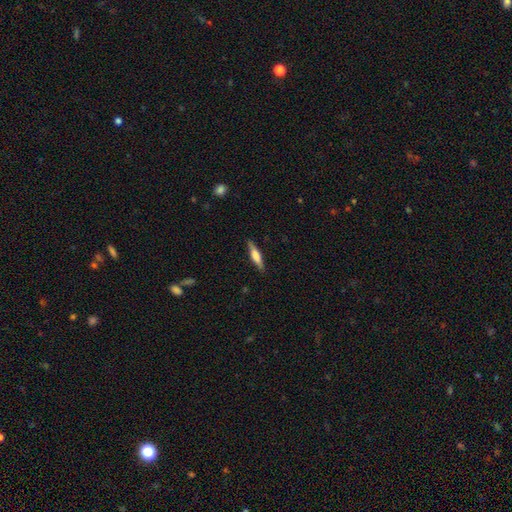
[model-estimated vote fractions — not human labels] Q: Smooth or featured?
A: smooth (48%); runner-up: featured or disk (46%)
Q: Merging?
A: none (87%); runner-up: minor disturbance (9%)